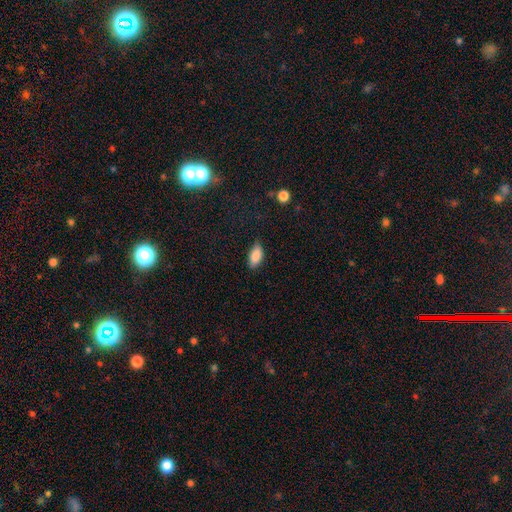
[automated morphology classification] This appears to be a smooth galaxy with no disk features (87%) that is in between round and cigar-shaped (90%). Merging: none (79%).